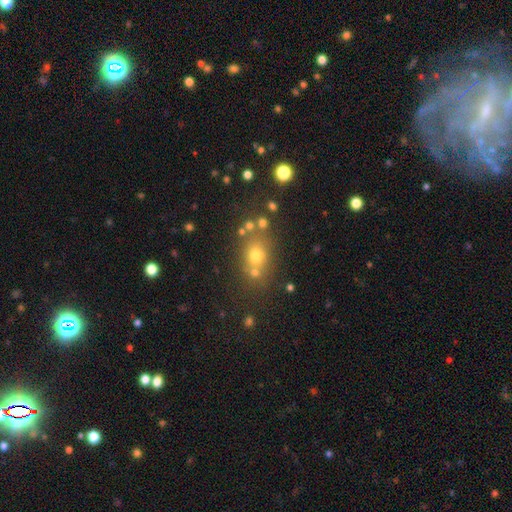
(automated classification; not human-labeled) A smooth galaxy with no disk features (63%) that is round (50%).

Vote fractions:
- Smooth or featured? smooth: 63% / star or artifact: 22% / featured or disk: 15%
- How rounded? round: 50% / in between: 48% / cigar-shaped: 2%
- Merging? none: 63% / merger: 20% / minor disturbance: 12% / major disturbance: 5%